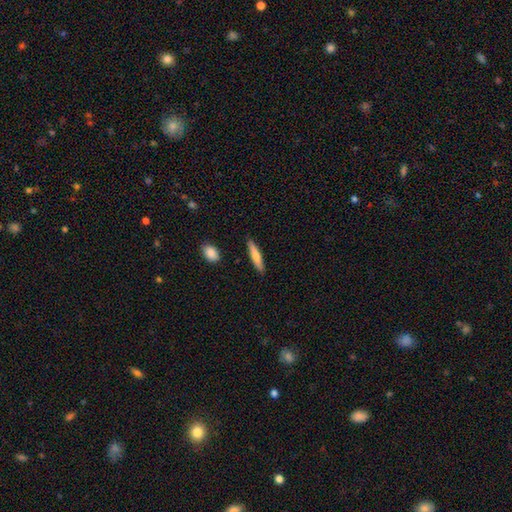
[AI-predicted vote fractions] smooth 73%, featured or disk 21%, star or artifact 6%. Down the decision tree: how rounded — cigar-shaped (86%); merging — none (88%).